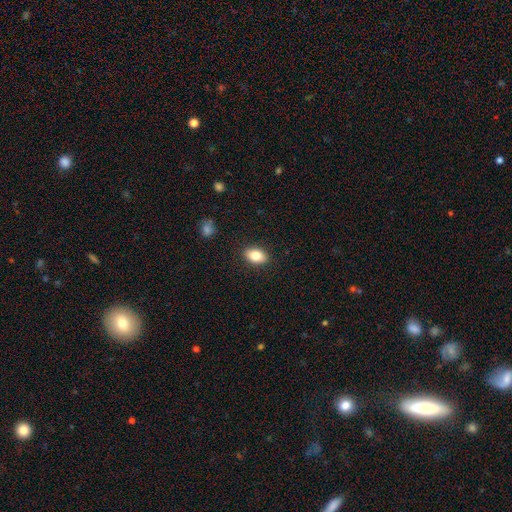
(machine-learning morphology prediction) This appears to be a smooth galaxy with no disk features (82%) that is in between round and cigar-shaped (87%). Merging: none (88%).